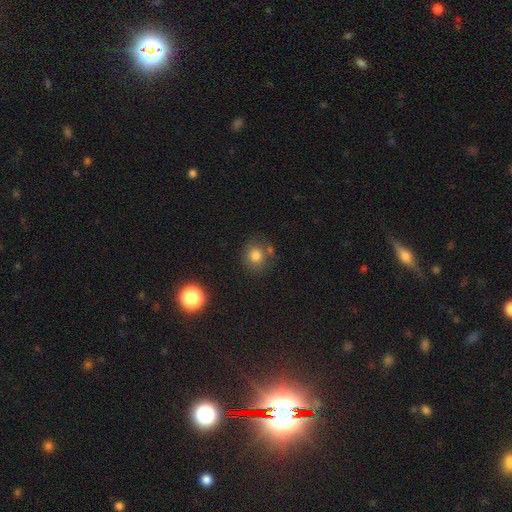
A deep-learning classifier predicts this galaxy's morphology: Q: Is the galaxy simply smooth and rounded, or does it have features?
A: smooth — 79%.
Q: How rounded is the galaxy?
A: round — 80%.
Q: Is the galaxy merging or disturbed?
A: none — 70%.